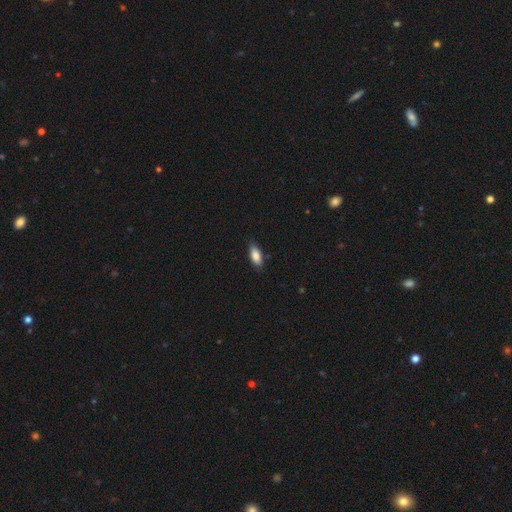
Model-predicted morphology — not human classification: Smooth or featured: smooth — 84% (featured or disk — 10%)
How rounded: in between — 80% (cigar-shaped — 17%)
Merging: none — 85% (minor disturbance — 12%)